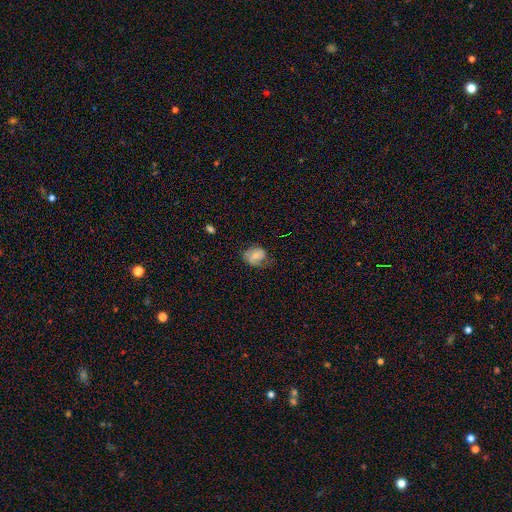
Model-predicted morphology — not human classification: This is possibly a smooth galaxy (48%). Merging: possibly none (53%).